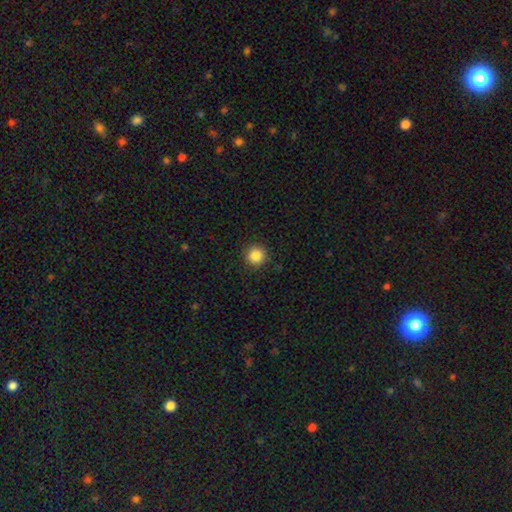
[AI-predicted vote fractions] A smooth galaxy with no disk features (85%) that is round (95%).

Vote fractions:
- Smooth or featured? smooth: 85% / star or artifact: 10% / featured or disk: 5%
- How rounded? round: 95% / in between: 4% / cigar-shaped: 1%
- Merging? none: 92% / minor disturbance: 6% / major disturbance: 2% / merger: 1%